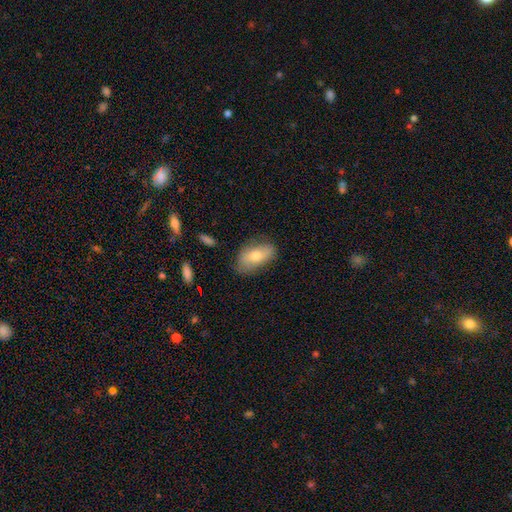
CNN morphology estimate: This is likely a smooth galaxy (71%). How rounded: clearly in between (91%). Merging: likely none (69%).